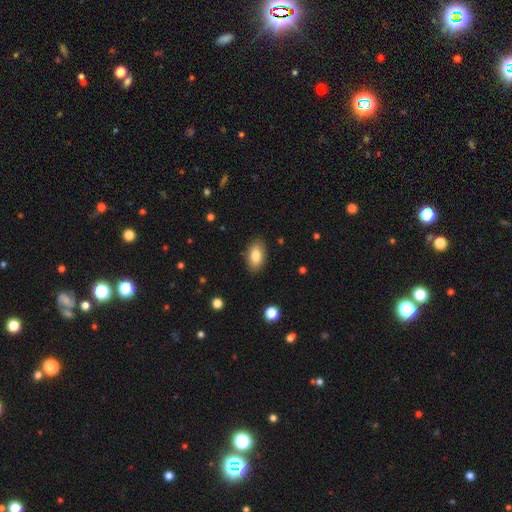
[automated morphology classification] A smooth galaxy with no disk features (82%) that is in between round and cigar-shaped (92%). Merging: none (87%).